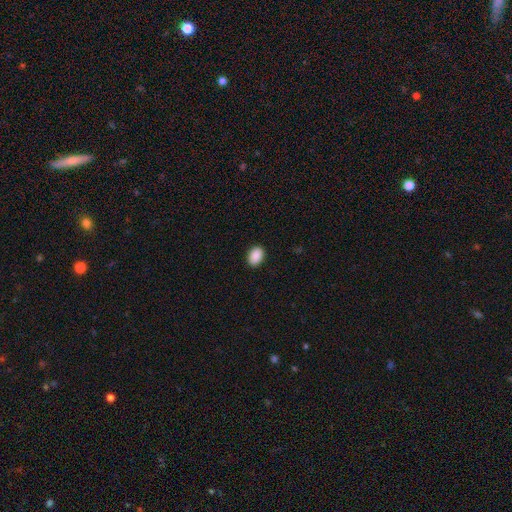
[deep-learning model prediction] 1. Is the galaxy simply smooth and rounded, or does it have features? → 90% smooth, 7% star or artifact, 3% featured or disk.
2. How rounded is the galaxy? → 83% in between, 16% round, 1% cigar-shaped.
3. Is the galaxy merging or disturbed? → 90% none, 7% minor disturbance, 2% major disturbance, 1% merger.